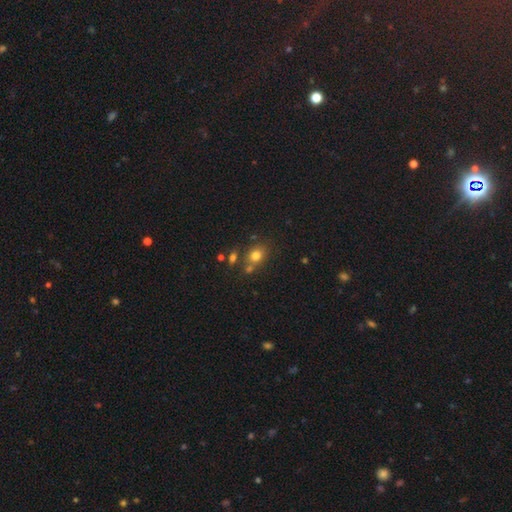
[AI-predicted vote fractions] A smooth galaxy with no disk features (77%) that is round (50%). Merging: none (61%).